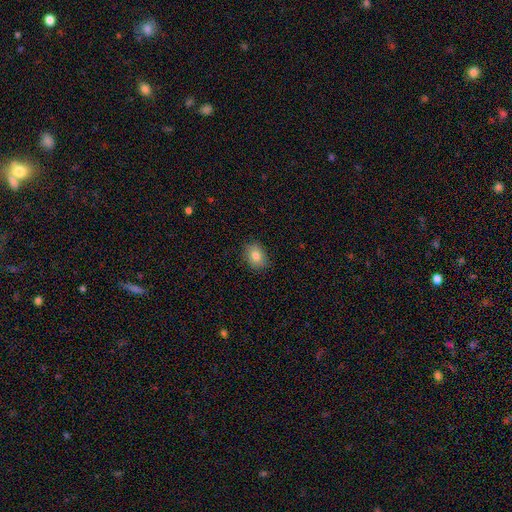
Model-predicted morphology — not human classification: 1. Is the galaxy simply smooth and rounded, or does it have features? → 83% smooth, 9% star or artifact, 8% featured or disk.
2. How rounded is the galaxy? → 55% in between, 44% round, 1% cigar-shaped.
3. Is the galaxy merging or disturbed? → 86% none, 11% minor disturbance, 2% major disturbance, 1% merger.